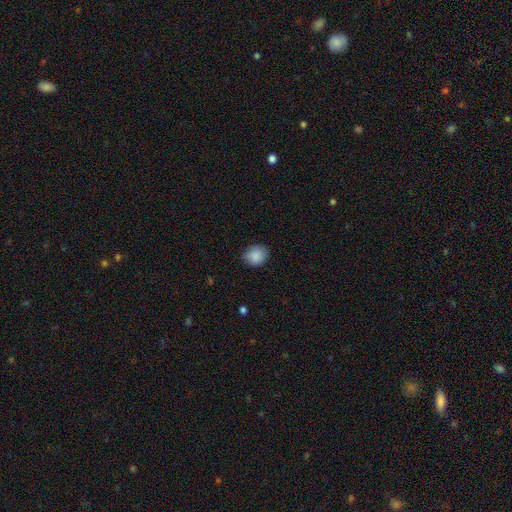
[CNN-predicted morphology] This appears to be a smooth galaxy with no disk features (89%) that is round (64%). Merging: none (82%).